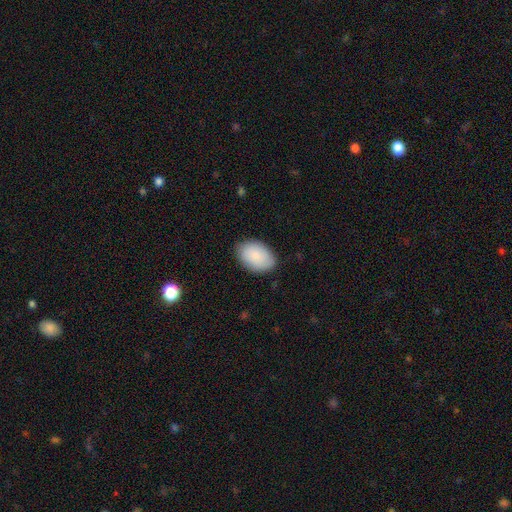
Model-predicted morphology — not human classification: This appears to be a smooth galaxy with no disk features (88%) that is in between round and cigar-shaped (90%). Merging: none (84%).